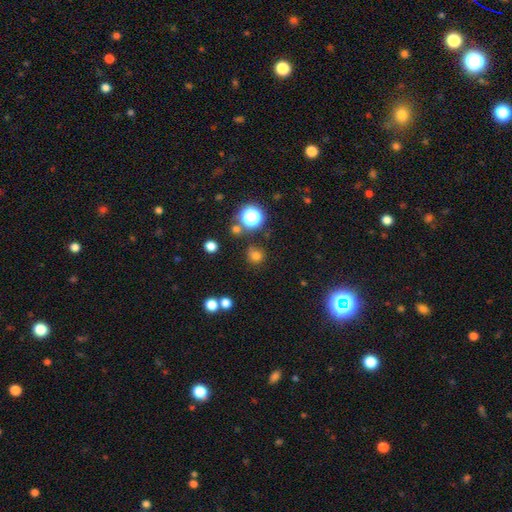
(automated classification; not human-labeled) Overall: smooth (71%). How rounded: round (90%). Merging: none (76%).